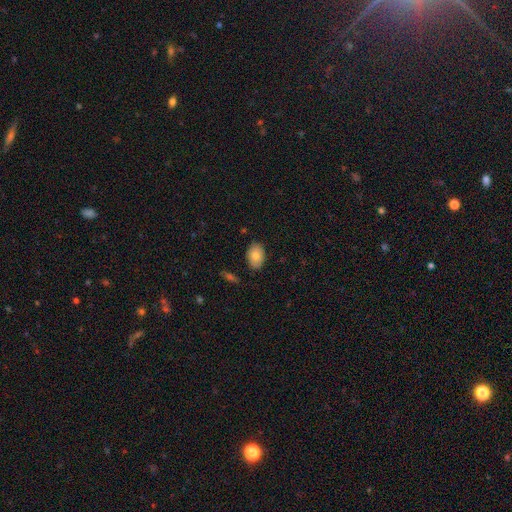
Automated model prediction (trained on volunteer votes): smooth_or_featured: smooth (p=0.81) [alt: featured or disk p=0.12]
how_rounded: in between (p=0.85) [alt: round p=0.13]
merging: none (p=0.84) [alt: minor disturbance p=0.12]